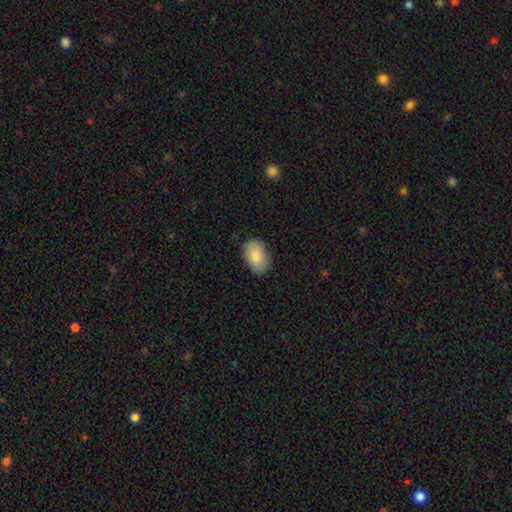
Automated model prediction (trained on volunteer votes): Morphology: type=smooth (87%); roundness=in between (91%); merging=none (83%).